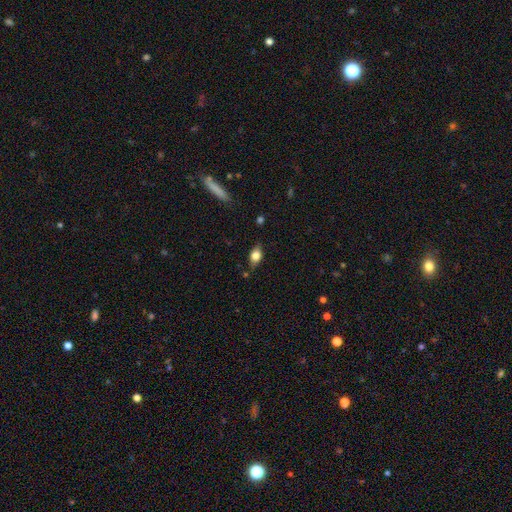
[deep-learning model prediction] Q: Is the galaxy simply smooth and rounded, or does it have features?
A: smooth — 66%.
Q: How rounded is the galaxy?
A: in between — 75%.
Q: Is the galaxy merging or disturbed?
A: none — 75%.